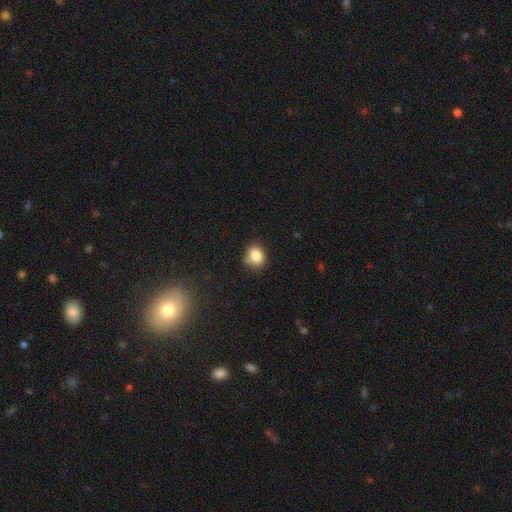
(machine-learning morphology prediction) Q: Smooth or featured?
A: smooth (82%); runner-up: star or artifact (10%)
Q: How rounded?
A: in between (51%); runner-up: round (48%)
Q: Merging?
A: none (64%); runner-up: minor disturbance (20%)